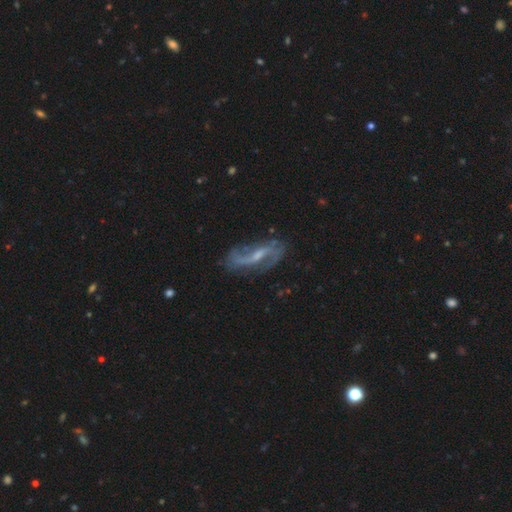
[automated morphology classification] The model was most divided on "bar": weak: 47%, strong: 30%, no: 23%. More confident: spiral arms — yes (94%); edge-on disk — no (90%); spiral arm count — 2 (86%); smooth or featured — featured or disk (84%); merging — none (71%); spiral winding — loose (61%); bulge size — small (55%).